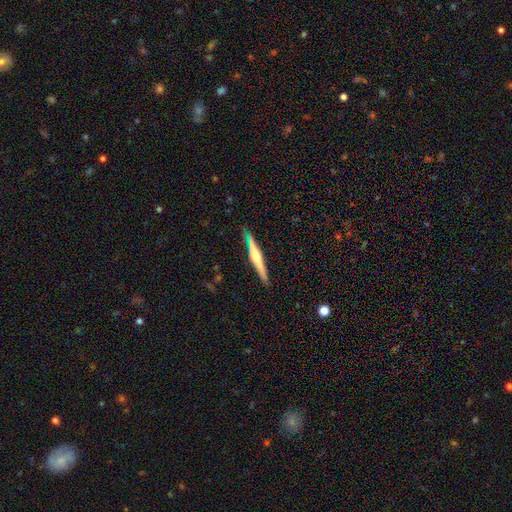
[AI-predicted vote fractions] Overall: featured or disk (68%). Edge-on disk: yes (98%). Edge-on bulge: rounded (81%). Merging: none (86%).